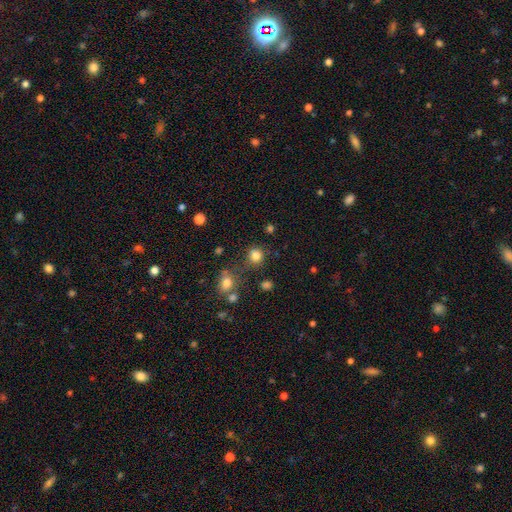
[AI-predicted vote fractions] Morphology: type=smooth (81%); roundness=round (83%); merging=none (74%).